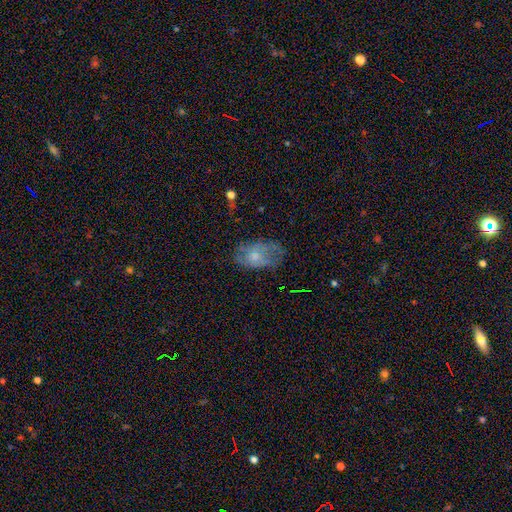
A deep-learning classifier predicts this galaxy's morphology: Smooth or featured: smooth — 50% (featured or disk — 41%)
Merging: none — 51% (minor disturbance — 28%)